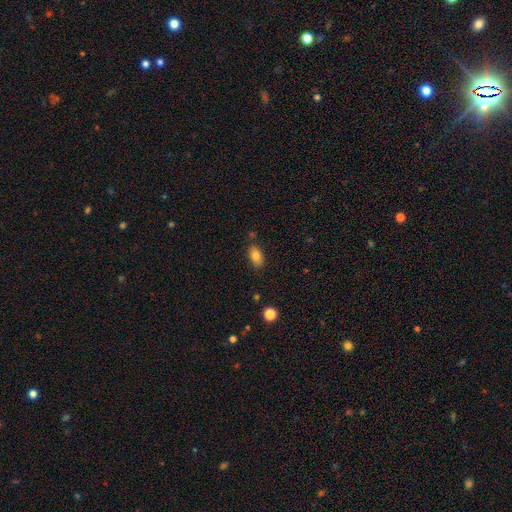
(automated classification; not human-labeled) This is clearly a smooth galaxy (82%). How rounded: clearly in between (90%). Merging: clearly none (82%).